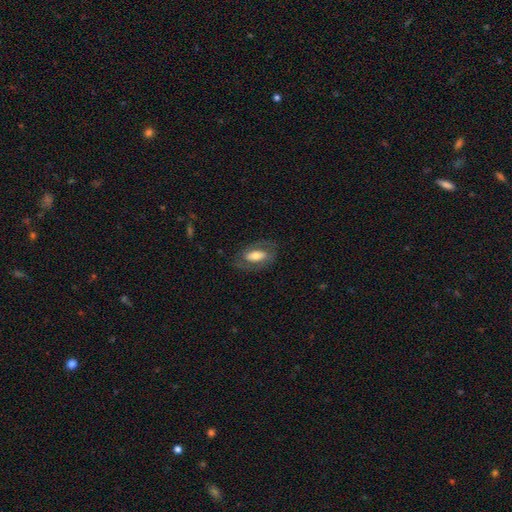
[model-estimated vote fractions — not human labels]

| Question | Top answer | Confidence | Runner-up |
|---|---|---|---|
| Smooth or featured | smooth | 50% | featured or disk (43%) |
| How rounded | in between | 87% | cigar-shaped (8%) |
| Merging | none | 72% | minor disturbance (16%) |